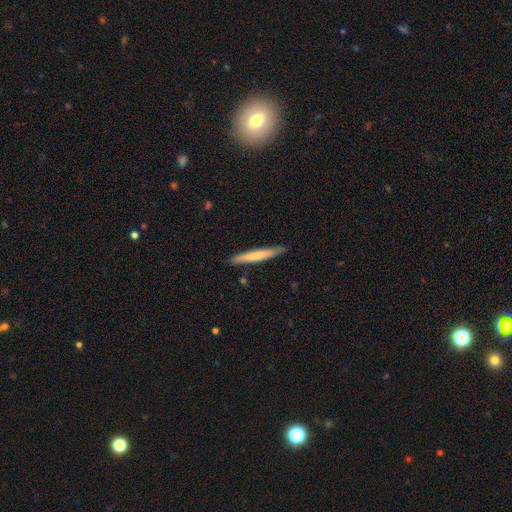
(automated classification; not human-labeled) A smooth galaxy with no disk features (68%) that is cigar-shaped (95%). Merging: none (85%).